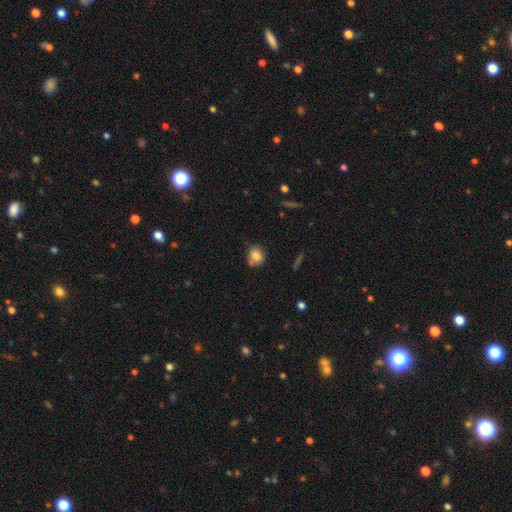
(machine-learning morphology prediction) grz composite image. It shows a smooth galaxy with no disk features (80%) that is round (72%). Merging: none (58%).